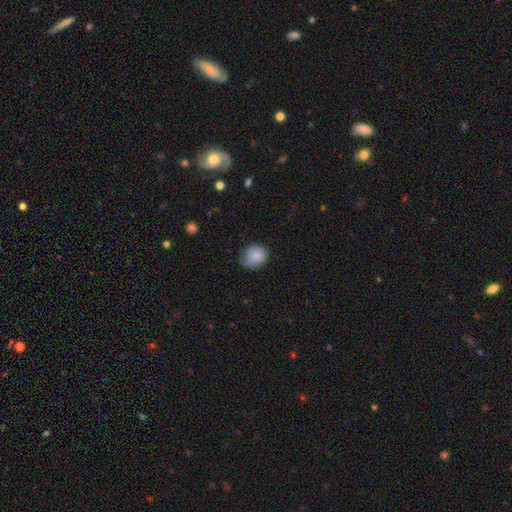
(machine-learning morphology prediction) Smooth or featured? smooth (82%)
How rounded? round (71%)
Merging? none (63%)